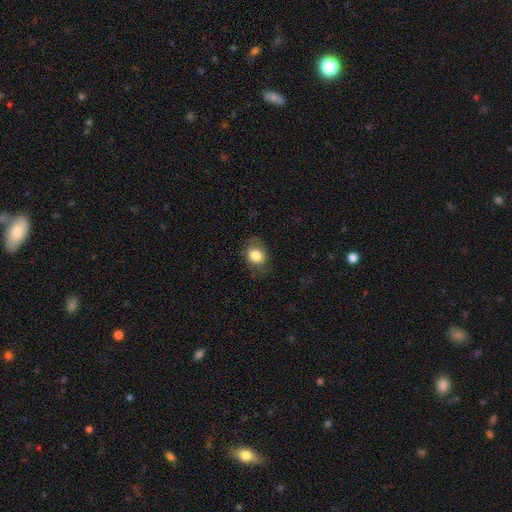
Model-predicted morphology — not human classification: This appears to be a smooth galaxy with no disk features (81%) that is in between round and cigar-shaped (52%). Merging: none (74%).